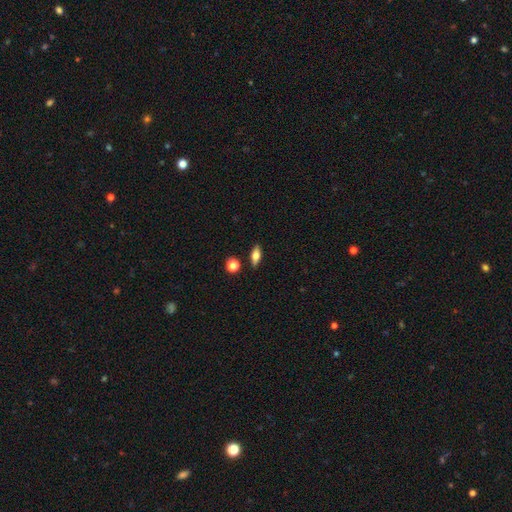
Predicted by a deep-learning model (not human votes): Smooth or featured? Predicted: smooth (p=0.65). How rounded? Predicted: in between (p=0.74). Merging? Predicted: none (p=0.86).